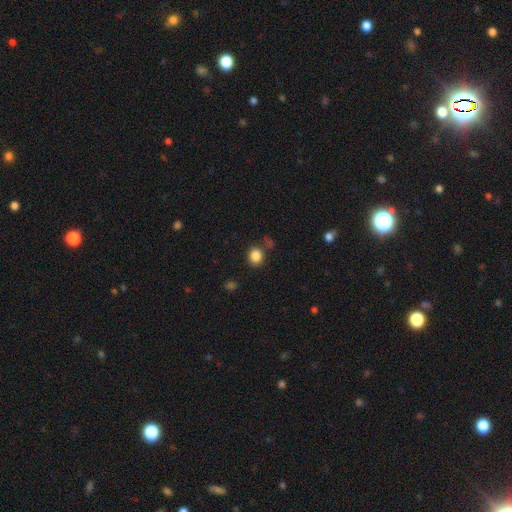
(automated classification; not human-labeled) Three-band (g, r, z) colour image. It shows a smooth galaxy with no disk features (85%) that is round (78%). Merging: none (79%).